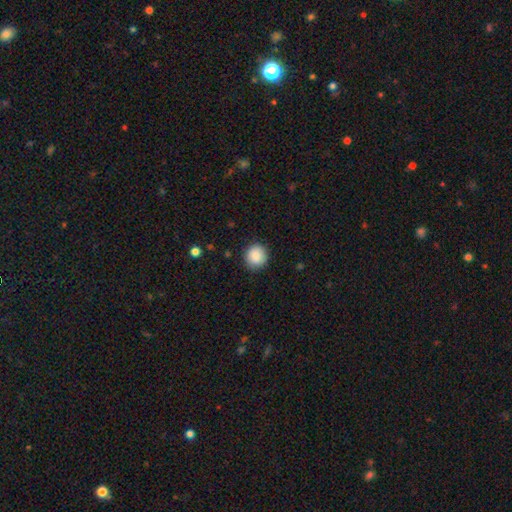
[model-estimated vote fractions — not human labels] smooth-or-featured: smooth: 88% | star or artifact: 8% | featured or disk: 4%
  how-rounded: round: 90% | in between: 9% | cigar-shaped: 1%
  merging: none: 89% | minor disturbance: 8% | major disturbance: 2% | merger: 1%